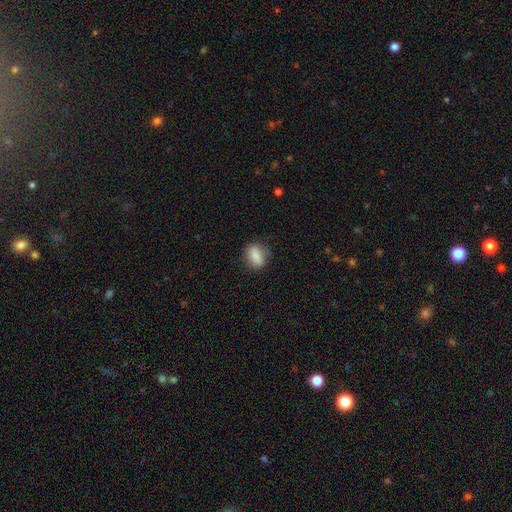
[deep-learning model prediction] smooth-or-featured: smooth: 84% | star or artifact: 8% | featured or disk: 8%
  how-rounded: in between: 69% | round: 27% | cigar-shaped: 4%
  merging: none: 80% | minor disturbance: 15% | major disturbance: 4% | merger: 1%